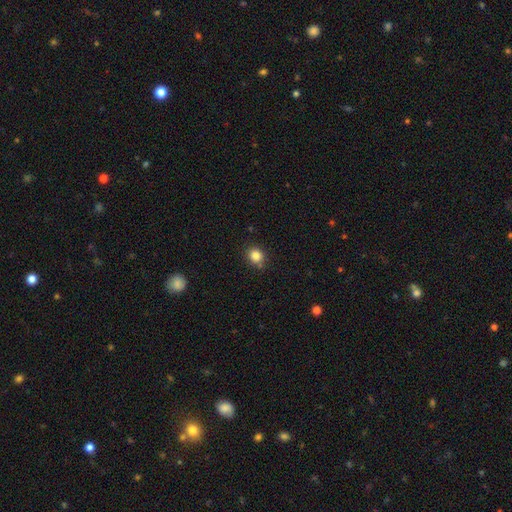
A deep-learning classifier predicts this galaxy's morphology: Overall: smooth (84%). How rounded: round (79%). Merging: none (80%).